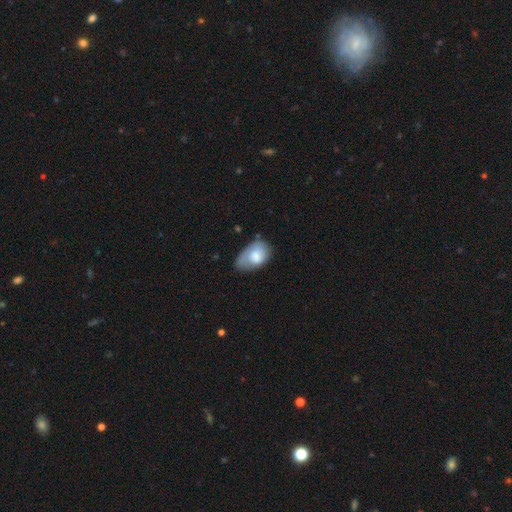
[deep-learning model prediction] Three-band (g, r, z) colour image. It shows a smooth galaxy with no disk features (69%) that is in between round and cigar-shaped (88%). Merging: minor disturbance (41%).